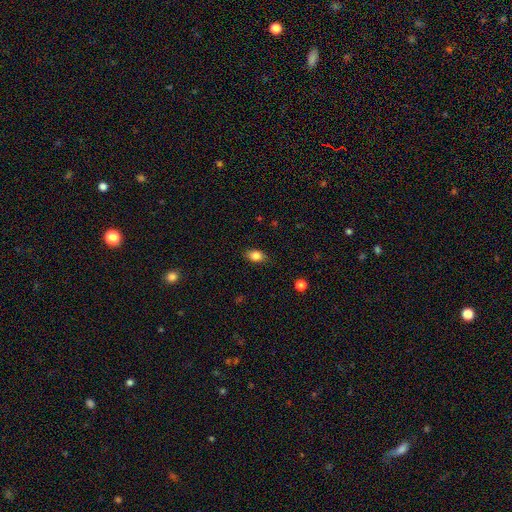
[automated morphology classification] Overall: smooth (85%). How rounded: in between (83%). Merging: none (84%).